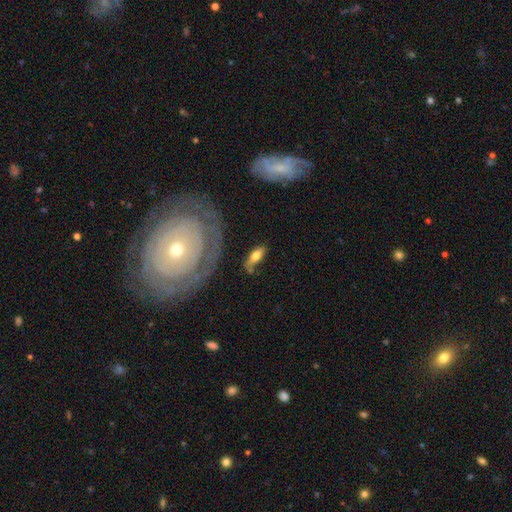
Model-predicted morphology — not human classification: The model was most divided on "smooth or featured": smooth: 61%, featured or disk: 32%, star or artifact: 7%. More confident: how rounded — in between (75%); merging — none (62%).